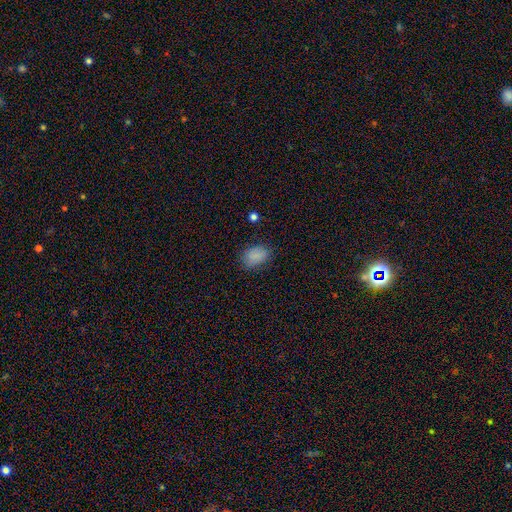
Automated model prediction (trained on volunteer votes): The model was most divided on "merging": none: 79%, minor disturbance: 15%, major disturbance: 4%, merger: 1%. More confident: smooth or featured — smooth (86%); how rounded — in between (82%).